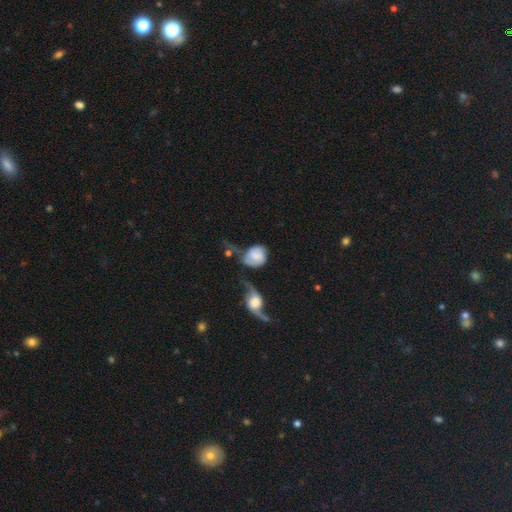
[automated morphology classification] This appears to be a smooth galaxy with no disk features (56%) that is round (66%). Merging: none (32%).